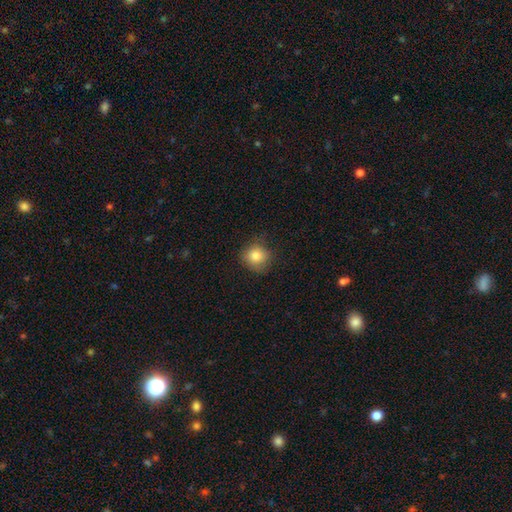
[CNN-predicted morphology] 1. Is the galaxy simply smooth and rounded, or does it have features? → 83% smooth, 10% star or artifact, 7% featured or disk.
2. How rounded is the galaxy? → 87% round, 12% in between, 1% cigar-shaped.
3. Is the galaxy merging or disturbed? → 75% none, 20% minor disturbance, 5% major disturbance, 1% merger.